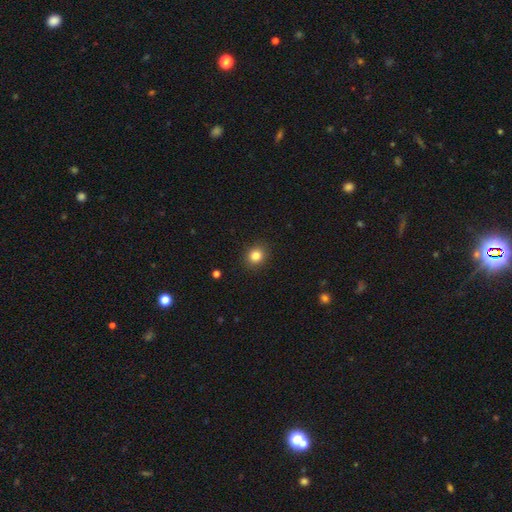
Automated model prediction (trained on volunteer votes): This is clearly a smooth galaxy (84%). How rounded: likely round (75%). Merging: clearly none (90%).